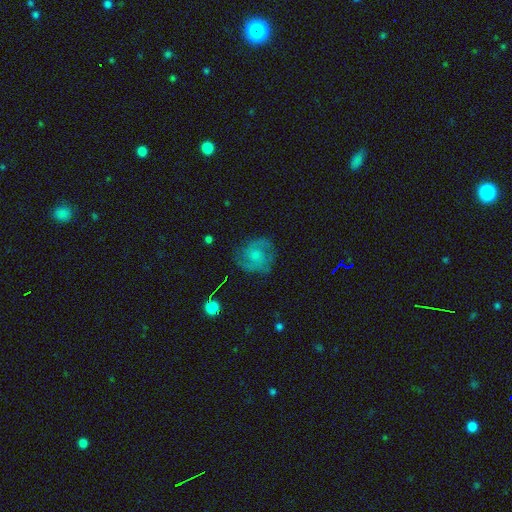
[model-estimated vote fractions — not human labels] featured or disk 54%, smooth 37%, star or artifact 9%. Down the decision tree: edge-on disk — no (97%); bar — no (72%); spiral arms — yes (82%); bulge size — small (37%); merging — none (70%).